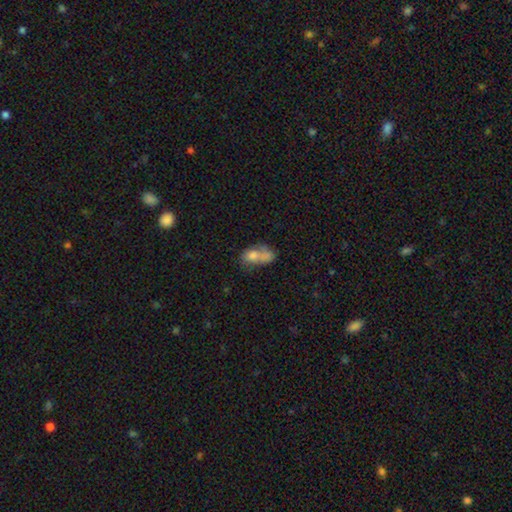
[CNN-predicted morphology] smooth 69%, featured or disk 21%, star or artifact 10%. Down the decision tree: how rounded — in between (78%); merging — merger (51%).